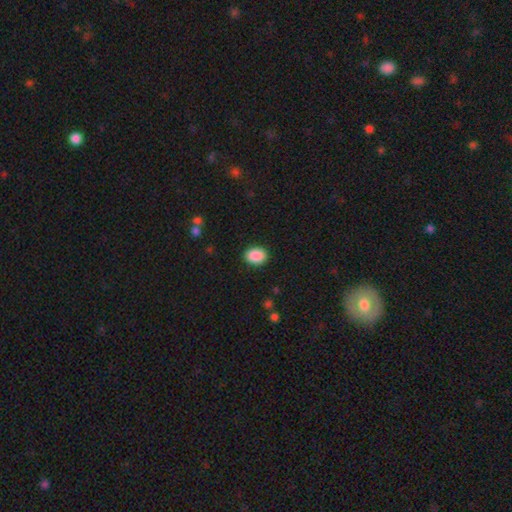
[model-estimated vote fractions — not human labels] Smooth or featured? Predicted: smooth (p=0.90). How rounded? Predicted: in between (p=0.69). Merging? Predicted: none (p=0.90).